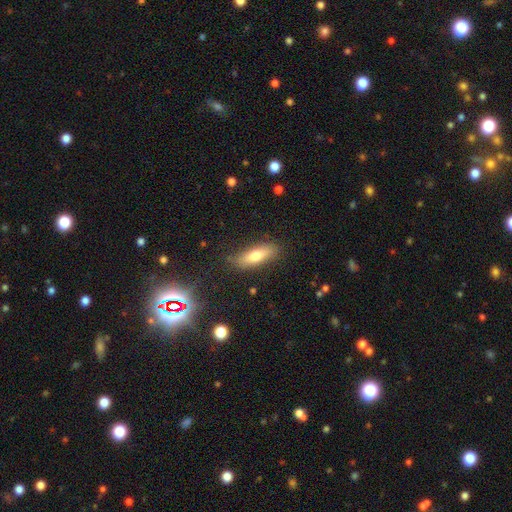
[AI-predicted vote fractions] Q: Smooth or featured?
A: smooth (72%); runner-up: featured or disk (21%)
Q: How rounded?
A: in between (56%); runner-up: cigar-shaped (42%)
Q: Merging?
A: none (83%); runner-up: minor disturbance (12%)